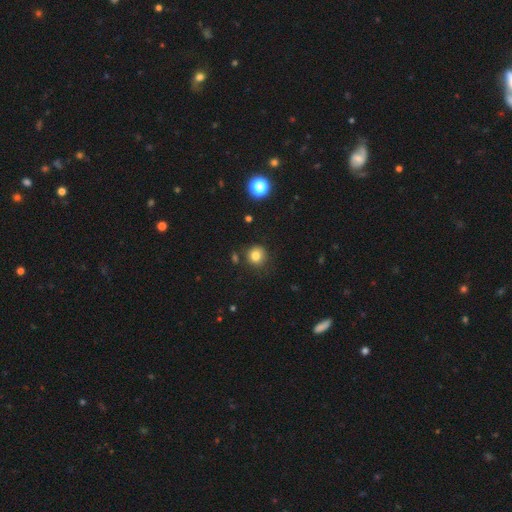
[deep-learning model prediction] This appears to be a smooth galaxy with no disk features (80%) that is round (92%). Merging: none (84%).